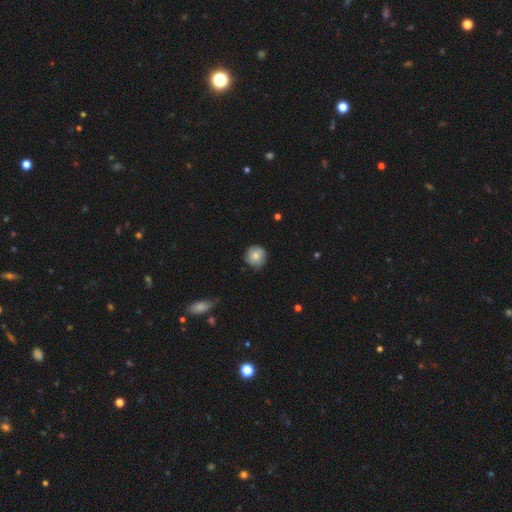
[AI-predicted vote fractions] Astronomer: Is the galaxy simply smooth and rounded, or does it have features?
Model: smooth — 74%.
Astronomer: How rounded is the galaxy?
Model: round — 92%.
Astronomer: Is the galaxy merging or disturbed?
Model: none — 77%.